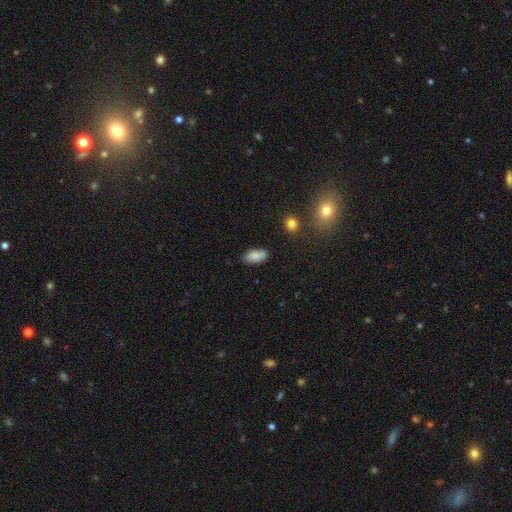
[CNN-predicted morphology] smooth_or_featured: smooth (p=0.86) [alt: star or artifact p=0.07]
how_rounded: in between (p=0.91) [alt: cigar-shaped p=0.06]
merging: none (p=0.83) [alt: minor disturbance p=0.12]